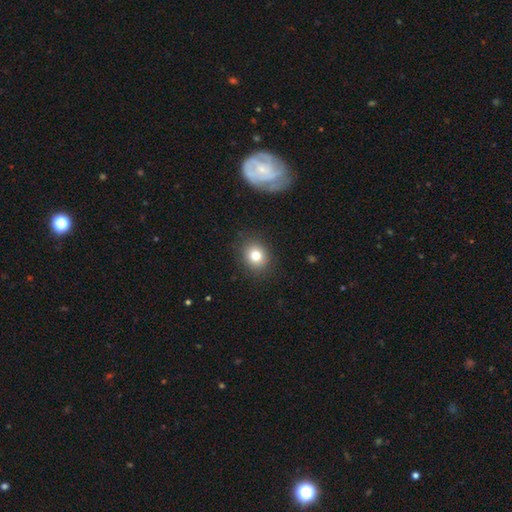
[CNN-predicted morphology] Q: Smooth or featured?
A: smooth (78%); runner-up: star or artifact (12%)
Q: How rounded?
A: round (72%); runner-up: in between (27%)
Q: Merging?
A: none (88%); runner-up: minor disturbance (8%)